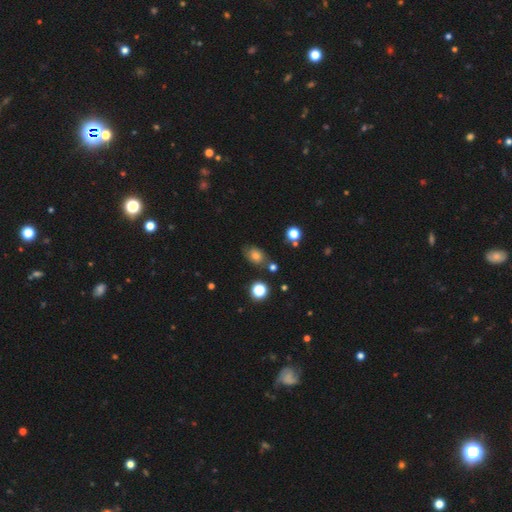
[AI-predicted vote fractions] Smooth or featured? Predicted: smooth (p=0.68). How rounded? Predicted: in between (p=0.68). Merging? Predicted: none (p=0.71).